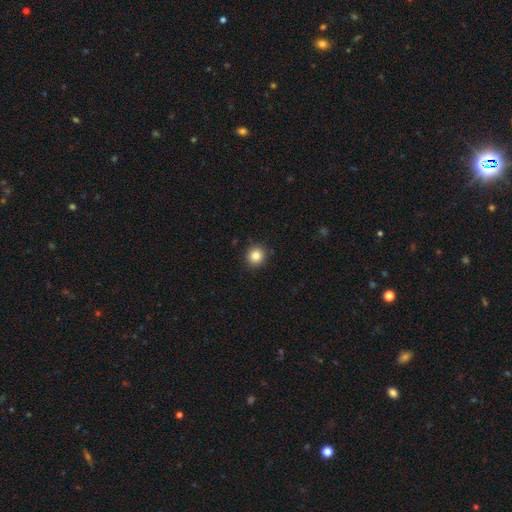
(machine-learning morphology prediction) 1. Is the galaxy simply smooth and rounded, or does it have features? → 85% smooth, 10% star or artifact, 5% featured or disk.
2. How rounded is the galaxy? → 92% round, 7% in between, 1% cigar-shaped.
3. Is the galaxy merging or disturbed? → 91% none, 6% minor disturbance, 2% major disturbance, 1% merger.